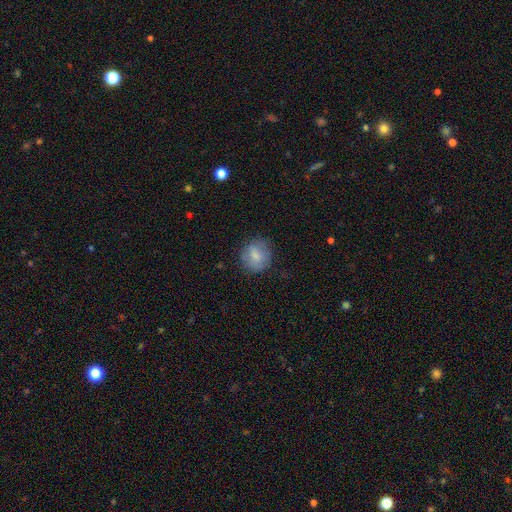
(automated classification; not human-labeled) A smooth galaxy with no disk features (78%) that is round (81%).

Vote fractions:
- Smooth or featured? smooth: 78% / featured or disk: 15% / star or artifact: 8%
- How rounded? round: 81% / in between: 18% / cigar-shaped: 1%
- Merging? none: 76% / minor disturbance: 17% / major disturbance: 5% / merger: 1%